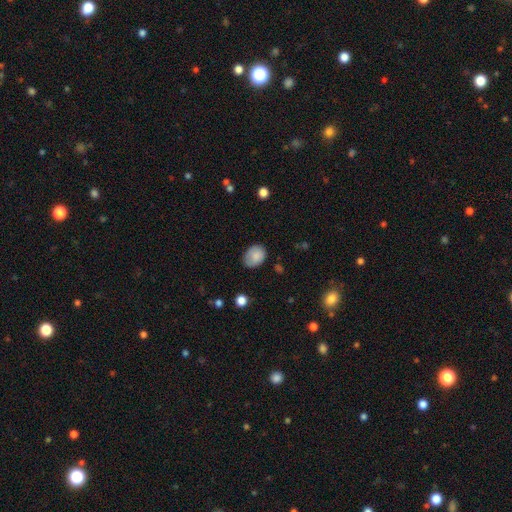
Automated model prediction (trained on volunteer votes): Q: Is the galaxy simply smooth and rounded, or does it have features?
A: smooth — 82%.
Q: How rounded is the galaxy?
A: in between — 63%.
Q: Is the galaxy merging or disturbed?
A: none — 66%.